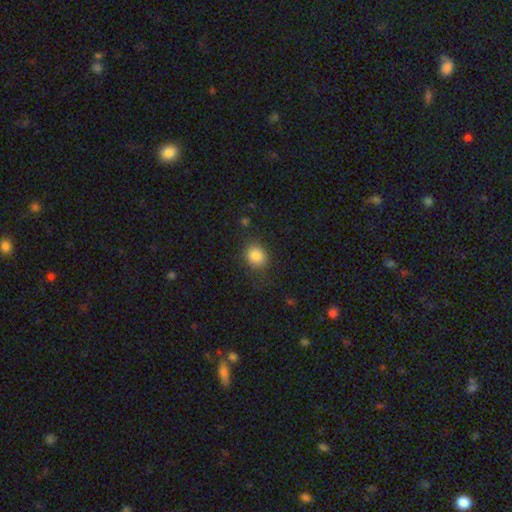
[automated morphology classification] This is clearly a smooth galaxy (85%). How rounded: likely round (66%). Merging: likely none (78%).